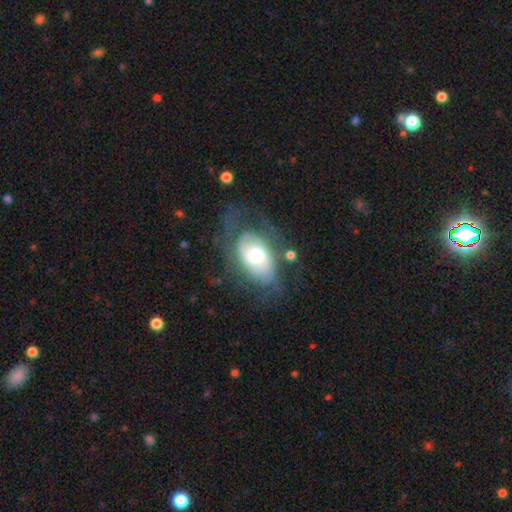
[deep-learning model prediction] Smooth or featured? Predicted: featured or disk (p=0.60). Edge-on disk? Predicted: no (p=0.95). Bar? Predicted: no (p=0.59). Spiral arms? Predicted: yes (p=0.77). Bulge size? Predicted: moderate (p=0.54). Merging? Predicted: none (p=0.46).